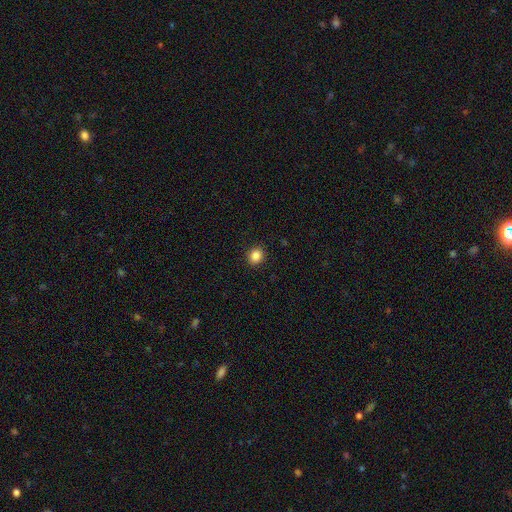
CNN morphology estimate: Smooth or featured: smooth — 86% (star or artifact — 10%)
How rounded: round — 68% (in between — 31%)
Merging: none — 90% (minor disturbance — 7%)